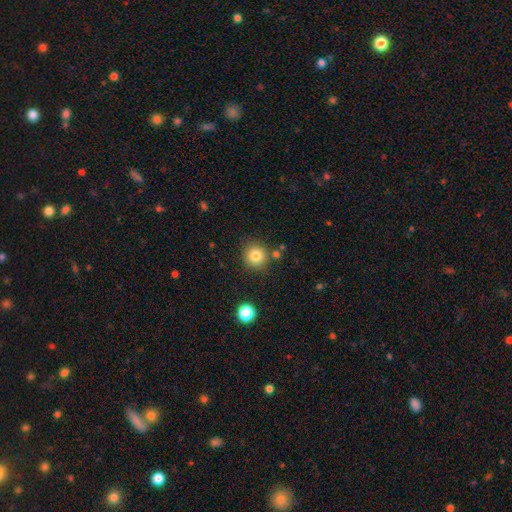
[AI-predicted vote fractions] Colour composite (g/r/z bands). It shows a smooth galaxy with no disk features (82%) that is round (92%). Merging: none (84%).